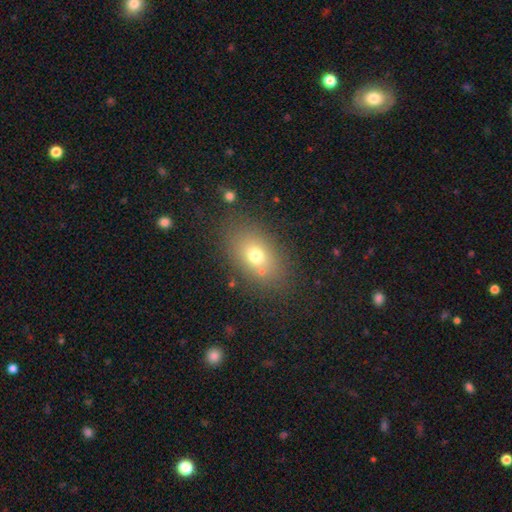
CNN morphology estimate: type=smooth (71%); roundness=in between (74%); merging=none (78%).